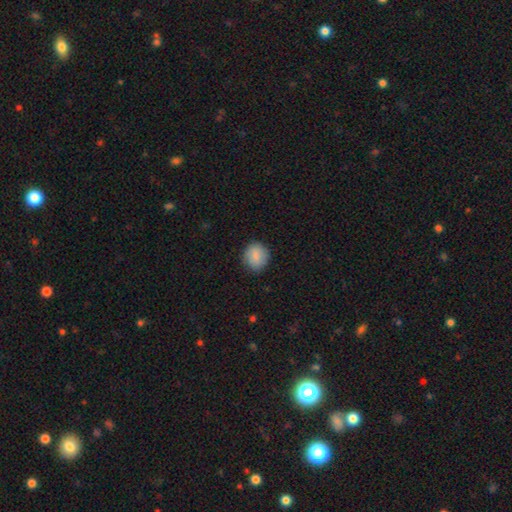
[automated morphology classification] A smooth galaxy with no disk features (87%) that is round (75%). Merging: none (86%).